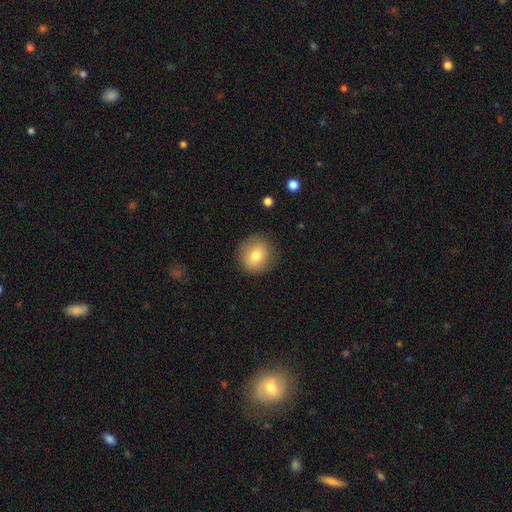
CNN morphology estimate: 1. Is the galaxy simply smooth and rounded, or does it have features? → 76% smooth, 14% featured or disk, 9% star or artifact.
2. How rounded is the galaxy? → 86% round, 13% in between, 1% cigar-shaped.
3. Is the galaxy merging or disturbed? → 85% none, 10% minor disturbance, 3% major disturbance, 1% merger.